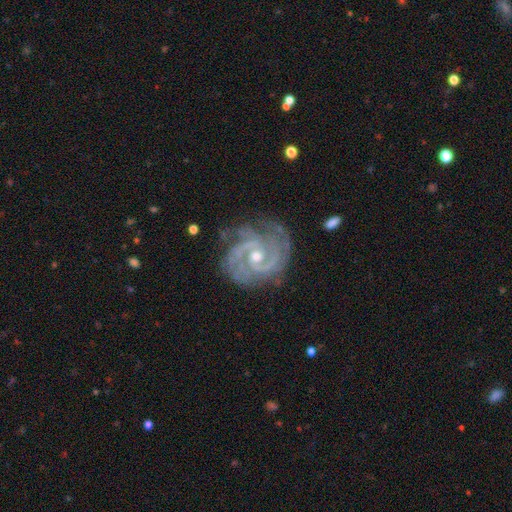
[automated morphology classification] type=featured or disk (92%); edge-on=no (98%); bar=no (61%); spiral arms=yes (98%); winding=tight (63%); arm count=2 (49%); bulge=moderate (60%); merging=none (72%).